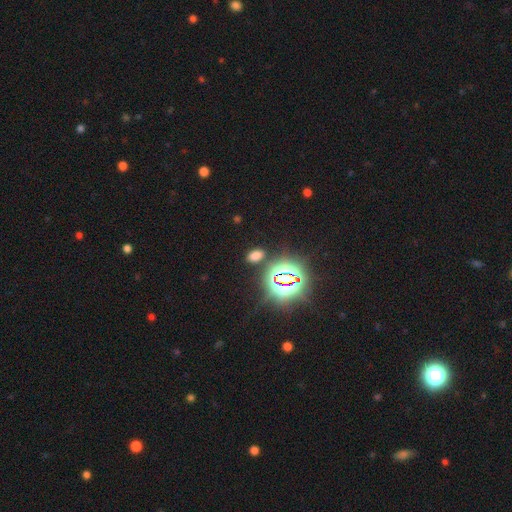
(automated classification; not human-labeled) smooth-or-featured: smooth: 57% | star or artifact: 37% | featured or disk: 6%
  how-rounded: in between: 87% | round: 10% | cigar-shaped: 3%
  merging: none: 84% | minor disturbance: 8% | merger: 4% | major disturbance: 3%